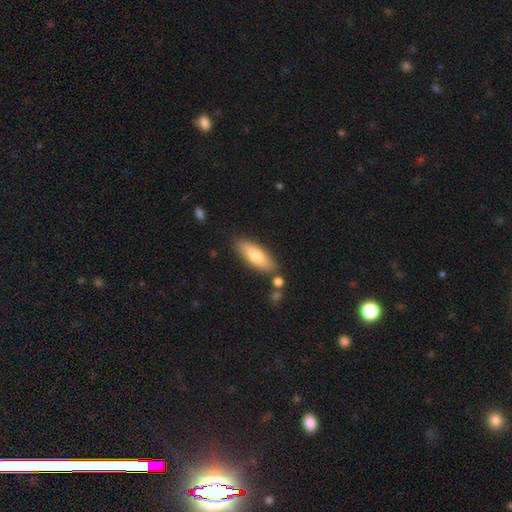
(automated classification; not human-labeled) This appears to be a smooth galaxy with no disk features (73%) that is in between round and cigar-shaped (63%). Merging: none (80%).